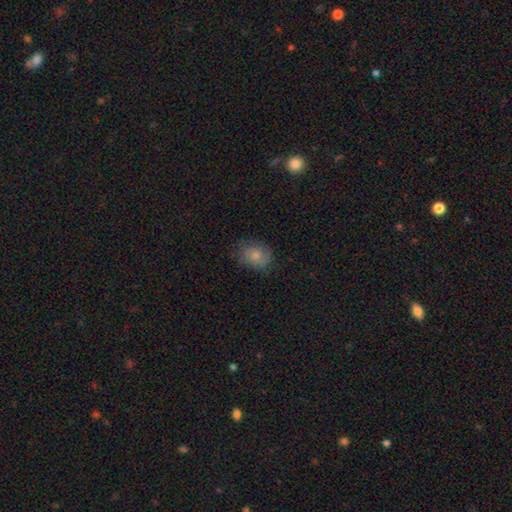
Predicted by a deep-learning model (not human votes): Smooth or featured: smooth — 67% (featured or disk — 24%)
How rounded: round — 56% (in between — 43%)
Merging: none — 72% (minor disturbance — 20%)